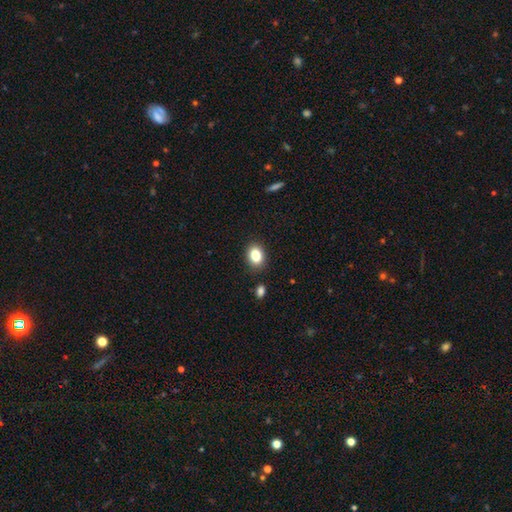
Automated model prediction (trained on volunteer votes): Smooth or featured?
  - smooth: 85% *
  - star or artifact: 9%
  - featured or disk: 6%
How rounded?
  - in between: 70% *
  - round: 29%
  - cigar-shaped: 1%
Merging?
  - none: 87% *
  - minor disturbance: 9%
  - major disturbance: 2%
  - merger: 2%